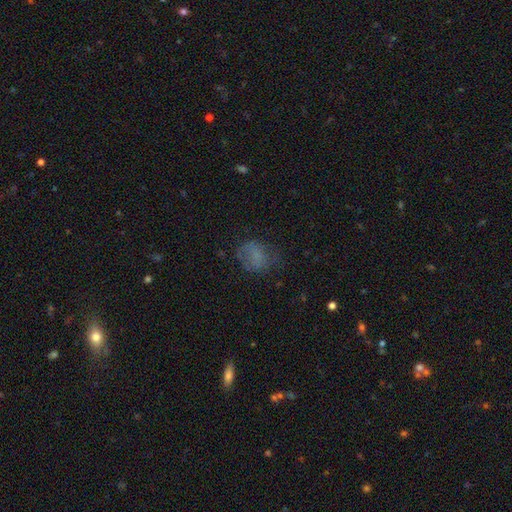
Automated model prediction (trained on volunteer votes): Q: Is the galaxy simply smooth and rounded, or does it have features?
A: smooth — 63%.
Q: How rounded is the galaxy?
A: in between — 53%.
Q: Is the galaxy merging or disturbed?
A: none — 55%.